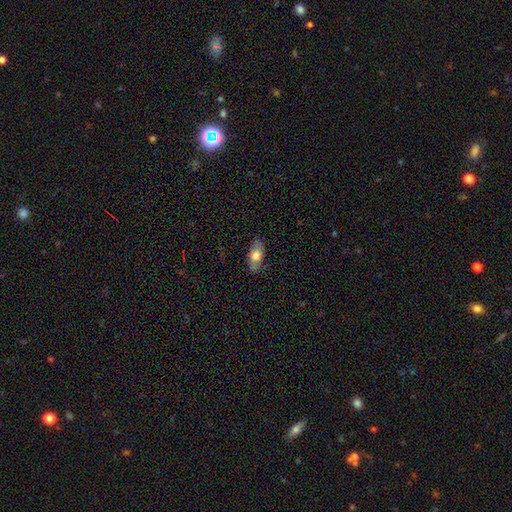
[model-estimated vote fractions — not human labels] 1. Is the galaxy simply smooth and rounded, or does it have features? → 68% smooth, 26% featured or disk, 6% star or artifact.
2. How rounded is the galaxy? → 85% in between, 11% cigar-shaped, 4% round.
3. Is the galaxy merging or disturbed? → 83% none, 13% minor disturbance, 3% major disturbance, 1% merger.